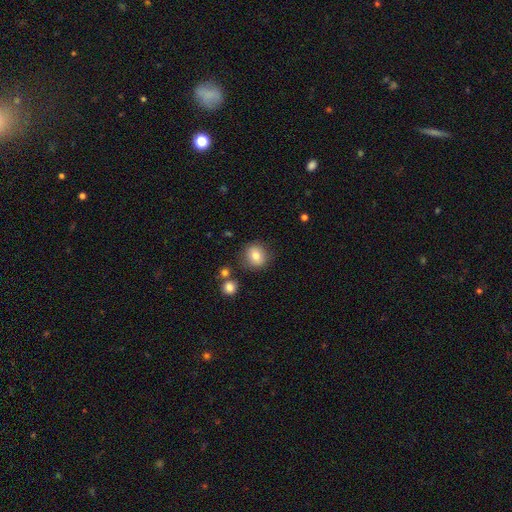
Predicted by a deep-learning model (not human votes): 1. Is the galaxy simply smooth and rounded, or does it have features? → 80% smooth, 10% star or artifact, 10% featured or disk.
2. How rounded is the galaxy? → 83% round, 16% in between, 1% cigar-shaped.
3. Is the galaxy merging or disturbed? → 83% none, 10% minor disturbance, 4% merger, 3% major disturbance.